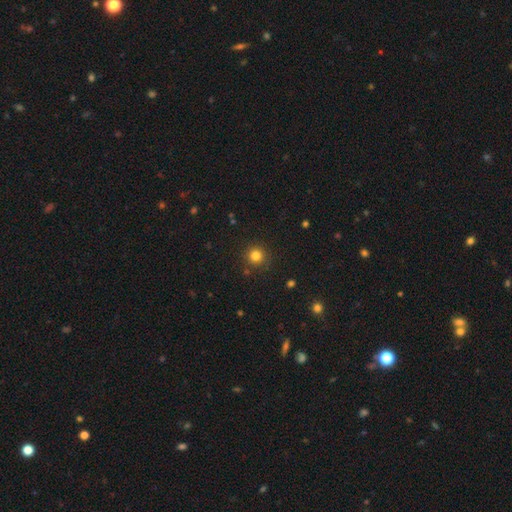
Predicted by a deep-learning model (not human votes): smooth-or-featured: smooth: 81% | star or artifact: 14% | featured or disk: 5%
  how-rounded: round: 94% | in between: 5% | cigar-shaped: 1%
  merging: none: 89% | minor disturbance: 7% | major disturbance: 3% | merger: 2%